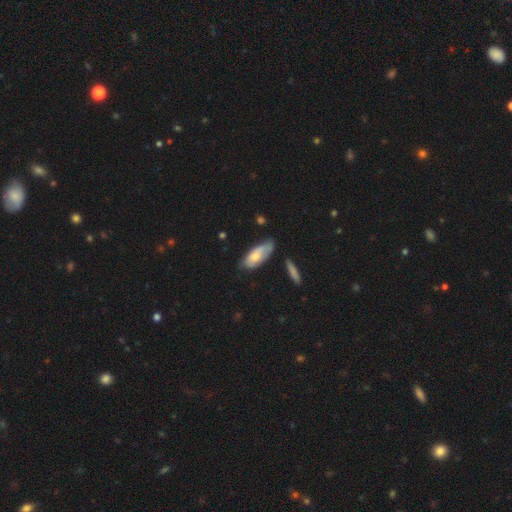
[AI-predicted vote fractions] Smooth or featured? smooth (65%)
How rounded? in between (80%)
Merging? none (54%)